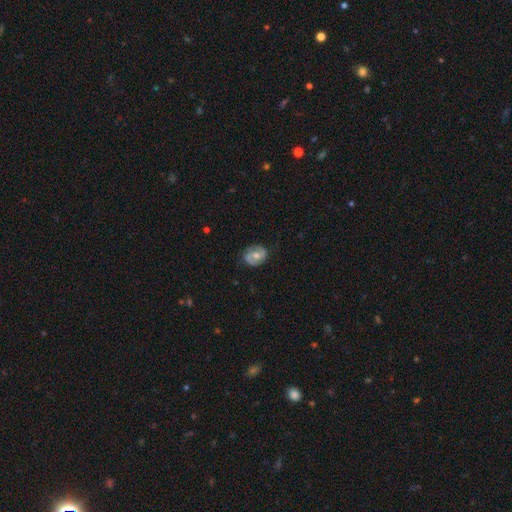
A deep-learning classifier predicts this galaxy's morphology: type=featured or disk (69%); edge-on=no (97%); bar=no (50%); spiral arms=yes (85%); winding=medium (46%); arm count=2 (87%); bulge=moderate (71%); merging=none (80%).